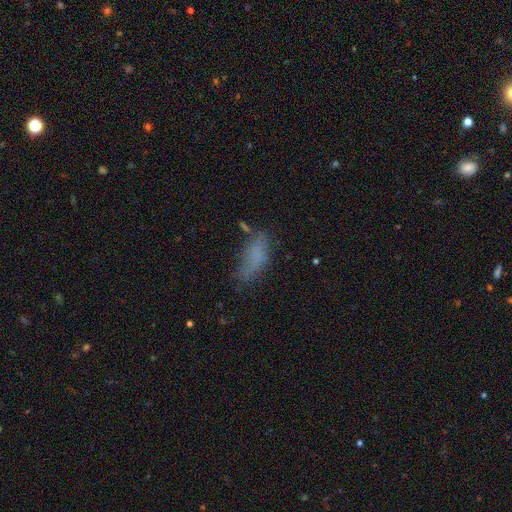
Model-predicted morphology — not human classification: Smooth or featured: smooth — 68% (featured or disk — 20%)
How rounded: in between — 72% (cigar-shaped — 25%)
Merging: none — 49% (minor disturbance — 28%)